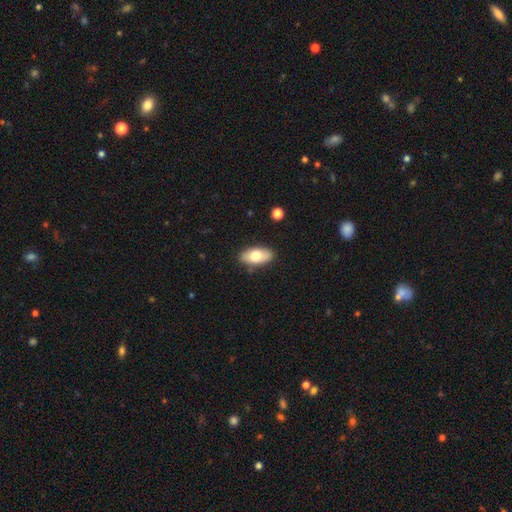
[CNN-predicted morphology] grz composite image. It shows a smooth galaxy with no disk features (73%) that is in between round and cigar-shaped (91%). Merging: none (86%).